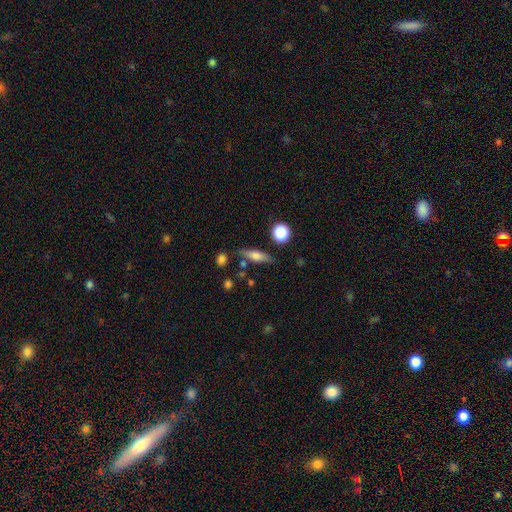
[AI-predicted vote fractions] Overall: smooth (59%; featured or disk 32%). How rounded: cigar-shaped (56%; in between 38%). Merging: none (77%).